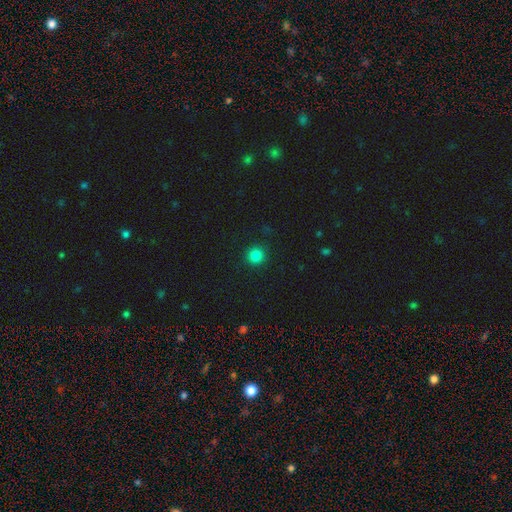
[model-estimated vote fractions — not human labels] A smooth galaxy with no disk features (84%) that is round (94%). Merging: none (91%).